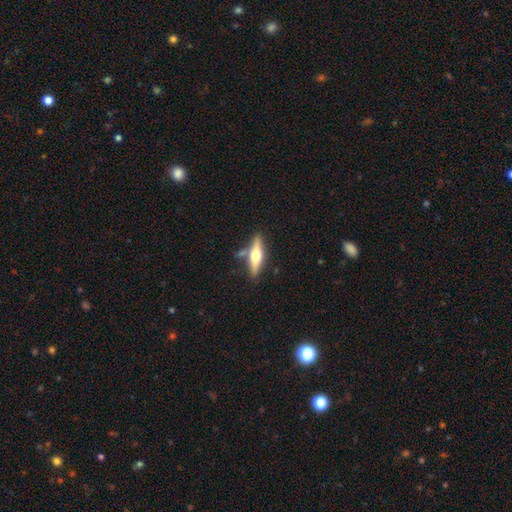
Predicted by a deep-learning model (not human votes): Morphology: type=featured or disk (57%); edge-on=yes (94%); edge-on bulge=rounded (94%); merging=none (76%).